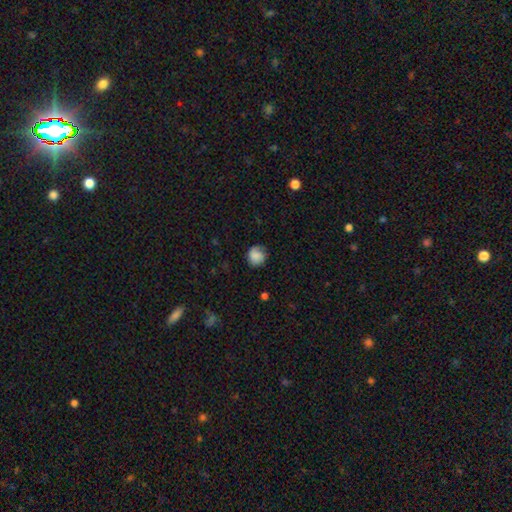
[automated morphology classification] A smooth galaxy with no disk features (82%) that is round (85%). Merging: none (73%).